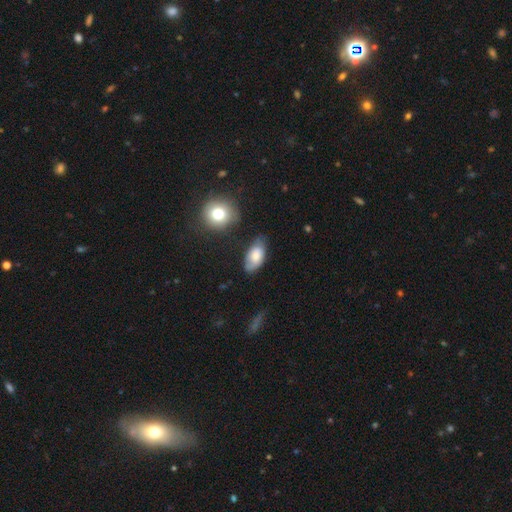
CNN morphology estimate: smooth 68%, featured or disk 25%, star or artifact 7%. Down the decision tree: how rounded — in between (92%); merging — none (60%).